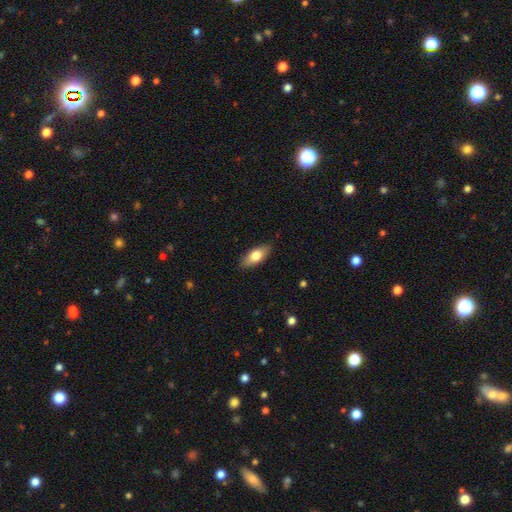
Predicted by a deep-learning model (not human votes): Morphology: type=smooth (75%); roundness=in between (83%); merging=none (86%).